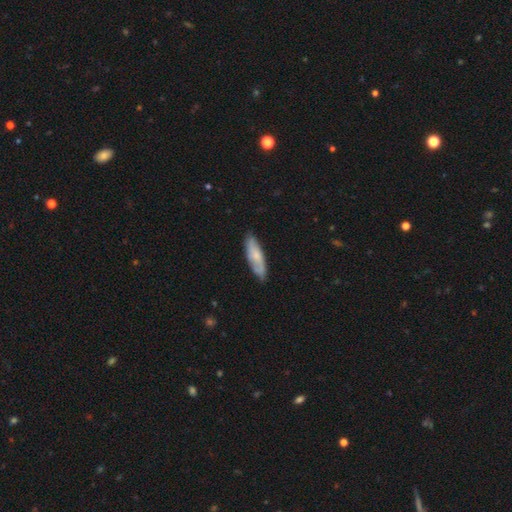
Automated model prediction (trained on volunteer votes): A smooth galaxy with no disk features (58%) that is cigar-shaped (52%). Merging: none (79%).